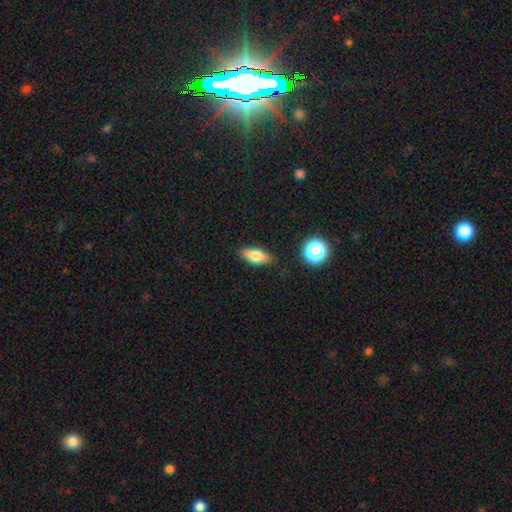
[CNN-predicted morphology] smooth_or_featured: smooth (p=0.75) [alt: featured or disk p=0.17]
how_rounded: in between (p=0.77) [alt: cigar-shaped p=0.18]
merging: none (p=0.82) [alt: minor disturbance p=0.13]